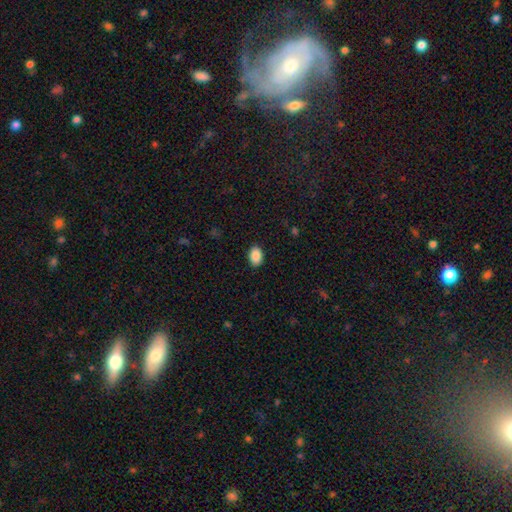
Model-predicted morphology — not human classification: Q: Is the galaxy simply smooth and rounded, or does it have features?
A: smooth — 89%.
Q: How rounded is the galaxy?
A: in between — 82%.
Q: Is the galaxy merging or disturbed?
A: none — 89%.